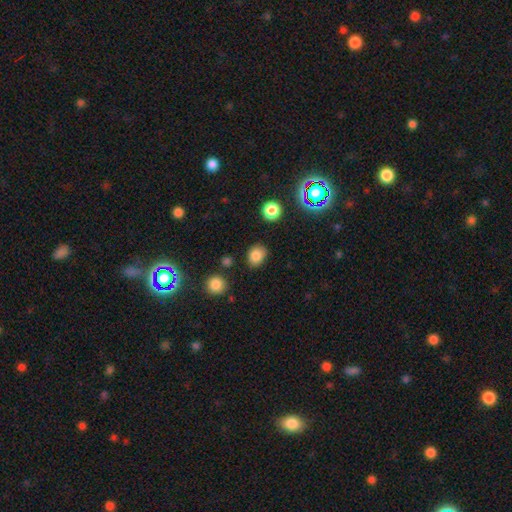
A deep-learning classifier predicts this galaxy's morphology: smooth_or_featured: smooth (p=0.82) [alt: star or artifact p=0.12]
how_rounded: in between (p=0.53) [alt: round p=0.46]
merging: none (p=0.82) [alt: minor disturbance p=0.12]